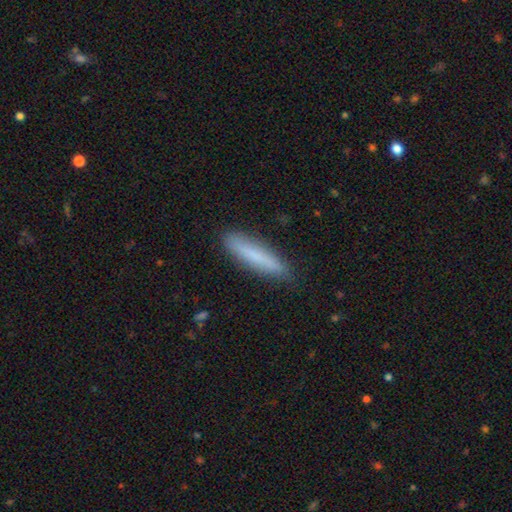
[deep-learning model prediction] smooth_or_featured: smooth (p=0.76) [alt: featured or disk p=0.18]
how_rounded: cigar-shaped (p=0.88) [alt: in between p=0.11]
merging: none (p=0.87) [alt: minor disturbance p=0.10]